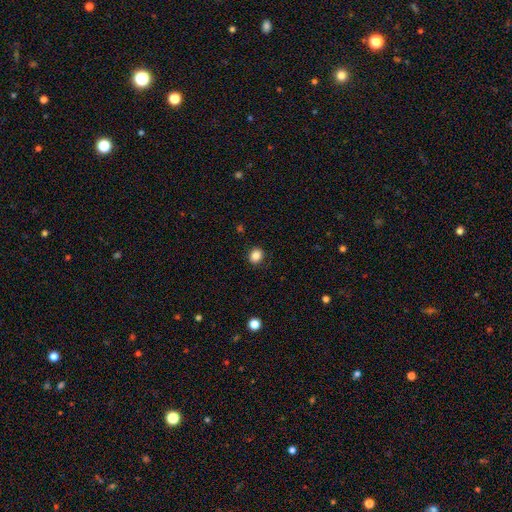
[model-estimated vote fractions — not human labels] Smooth or featured?
  - smooth: 85% *
  - star or artifact: 10%
  - featured or disk: 4%
How rounded?
  - round: 63% *
  - in between: 36%
  - cigar-shaped: 1%
Merging?
  - none: 88% *
  - minor disturbance: 8%
  - major disturbance: 2%
  - merger: 1%